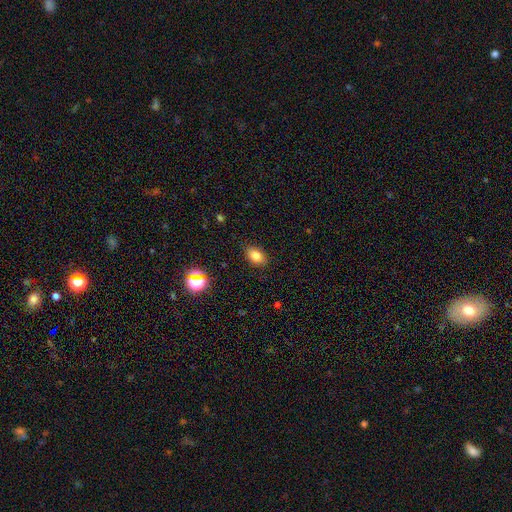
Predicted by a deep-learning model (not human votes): A smooth galaxy with no disk features (80%) that is in between round and cigar-shaped (83%). Merging: none (86%).